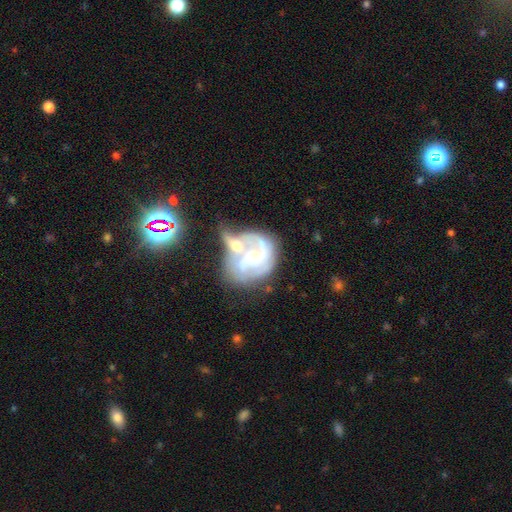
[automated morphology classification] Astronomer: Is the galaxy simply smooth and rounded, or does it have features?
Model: featured or disk — 77%.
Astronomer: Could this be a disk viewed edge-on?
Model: no — 98%.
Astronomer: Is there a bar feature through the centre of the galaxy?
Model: no — 54% (runner-up: weak, 35%).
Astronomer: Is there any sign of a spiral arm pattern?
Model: yes — 83%.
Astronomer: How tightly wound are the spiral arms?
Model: medium — 45% (runner-up: loose, 28%).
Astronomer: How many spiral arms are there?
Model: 2 — 49%.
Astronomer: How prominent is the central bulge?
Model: small — 49% (runner-up: moderate, 27%).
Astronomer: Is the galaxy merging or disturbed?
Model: merger — 44% (runner-up: none, 23%).